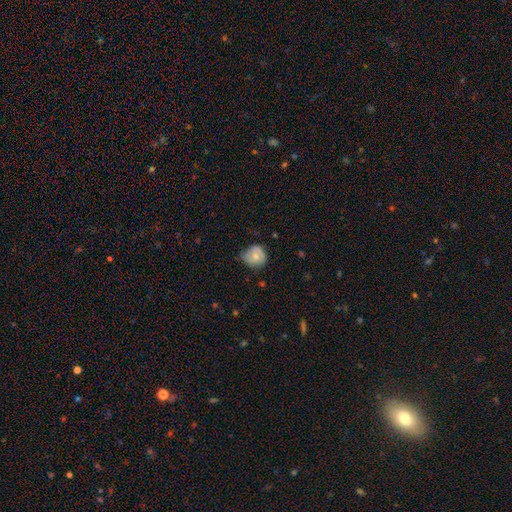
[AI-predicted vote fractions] Morphology: type=smooth (56%); roundness=round (77%); merging=none (52%).